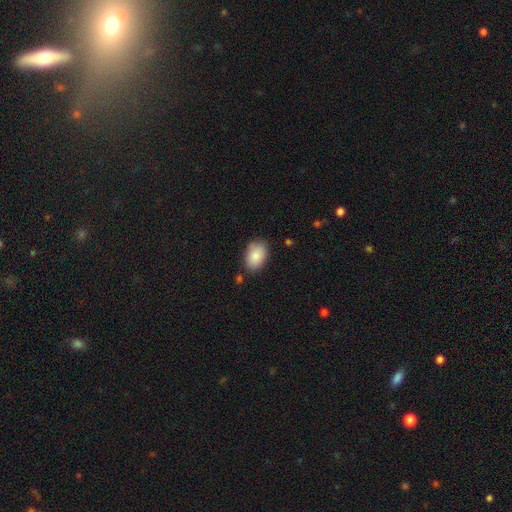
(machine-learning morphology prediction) Smooth or featured: smooth — 87% (star or artifact — 7%)
How rounded: in between — 88% (round — 11%)
Merging: none — 79% (minor disturbance — 15%)